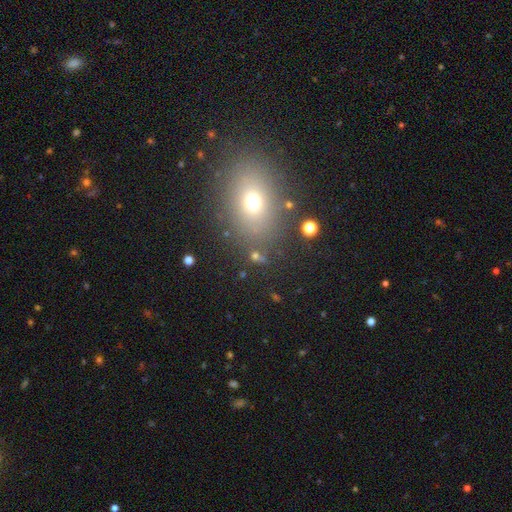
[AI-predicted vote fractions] smooth_or_featured: smooth (p=0.60) [alt: star or artifact p=0.26]
how_rounded: in between (p=0.52) [alt: round p=0.45]
merging: none (p=0.80) [alt: minor disturbance p=0.10]